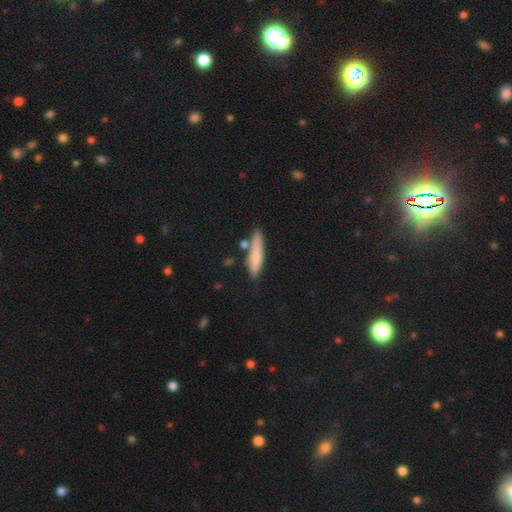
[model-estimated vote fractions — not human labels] smooth 72%, featured or disk 21%, star or artifact 6%. Down the decision tree: how rounded — cigar-shaped (82%); merging — none (71%).